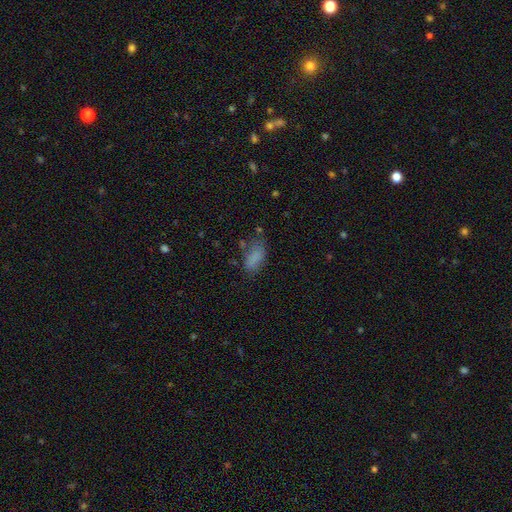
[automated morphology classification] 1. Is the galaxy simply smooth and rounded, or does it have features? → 76% smooth, 12% featured or disk, 11% star or artifact.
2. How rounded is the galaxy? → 89% in between, 7% cigar-shaped, 4% round.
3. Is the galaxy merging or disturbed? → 56% none, 26% minor disturbance, 13% major disturbance, 6% merger.